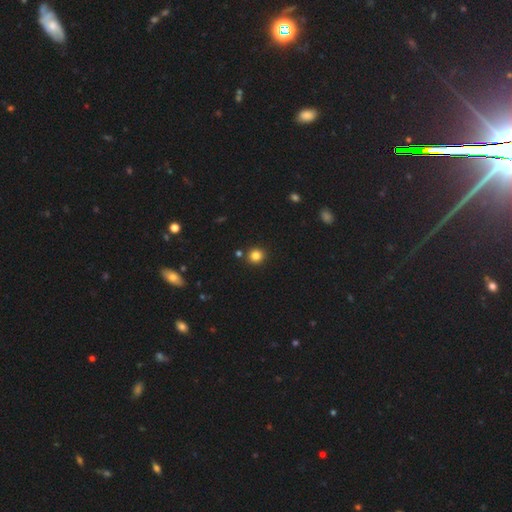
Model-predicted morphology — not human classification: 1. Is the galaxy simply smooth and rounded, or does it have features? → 82% smooth, 13% star or artifact, 5% featured or disk.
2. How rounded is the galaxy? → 92% round, 7% in between, 1% cigar-shaped.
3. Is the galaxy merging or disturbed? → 88% none, 6% minor disturbance, 5% merger, 2% major disturbance.